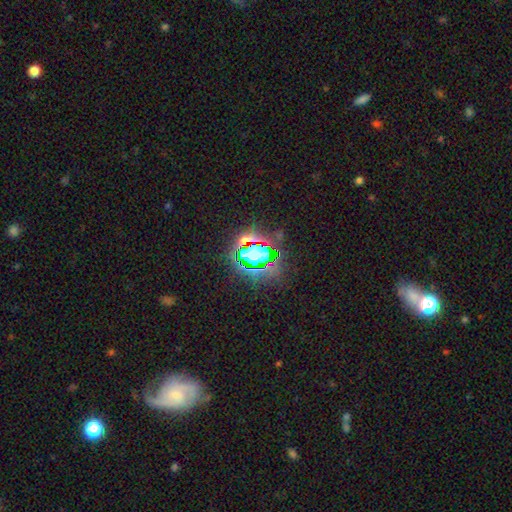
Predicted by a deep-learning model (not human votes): Smooth or featured?
  - star or artifact: 67% *
  - smooth: 20%
  - featured or disk: 12%